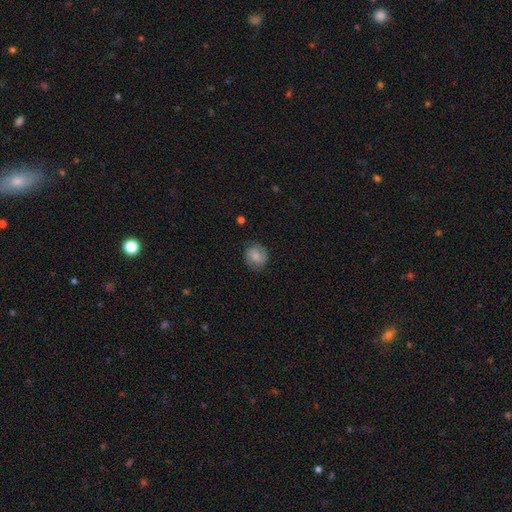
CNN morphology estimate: smooth_or_featured: smooth (p=0.61) [alt: featured or disk p=0.31]
how_rounded: round (p=0.77) [alt: in between p=0.22]
merging: none (p=0.78) [alt: minor disturbance p=0.16]